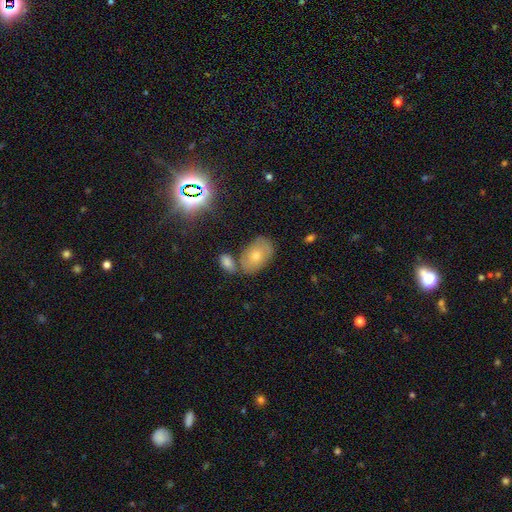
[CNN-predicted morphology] The model was most divided on "smooth or featured": smooth: 44%, featured or disk: 28%, star or artifact: 28%. More confident: merging — none (63%).